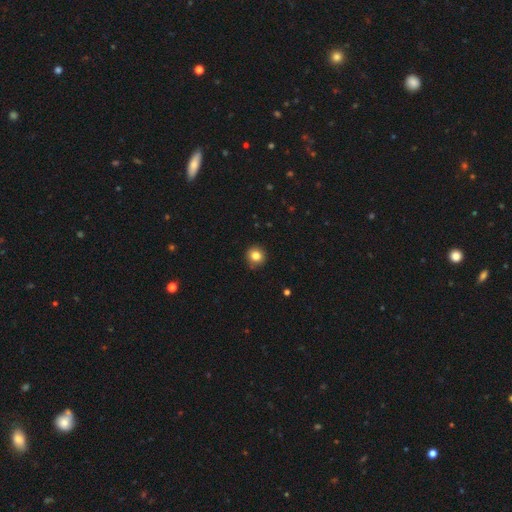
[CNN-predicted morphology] A smooth galaxy with no disk features (83%) that is round (92%). Merging: none (89%).